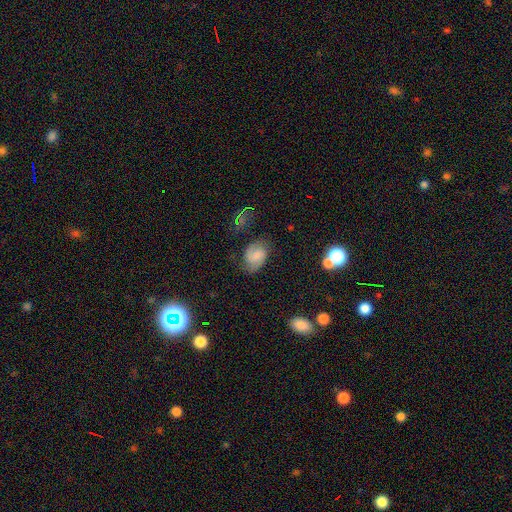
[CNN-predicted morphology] smooth-or-featured: smooth: 52% | featured or disk: 36% | star or artifact: 12%
  how-rounded: in between: 76% | round: 23% | cigar-shaped: 1%
  merging: none: 62% | minor disturbance: 26% | major disturbance: 9% | merger: 3%